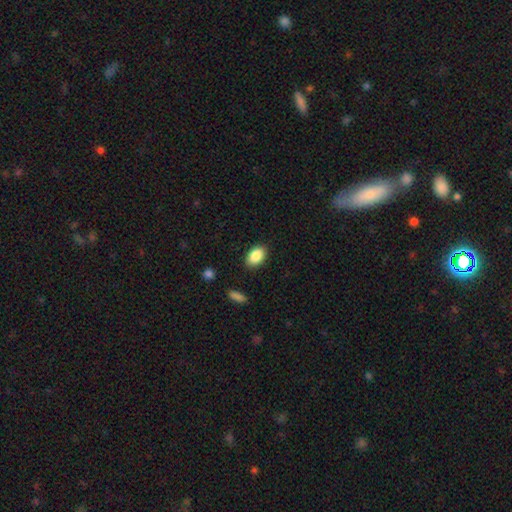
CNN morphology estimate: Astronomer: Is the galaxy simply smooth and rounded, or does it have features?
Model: smooth — 88%.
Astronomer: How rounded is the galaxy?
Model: in between — 88%.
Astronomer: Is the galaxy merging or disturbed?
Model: none — 87%.